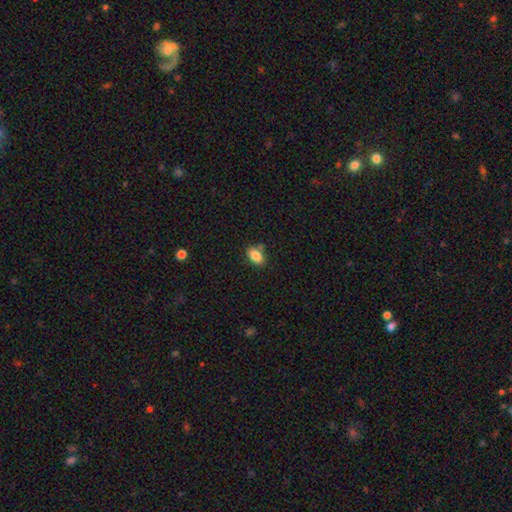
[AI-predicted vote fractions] Q: Smooth or featured?
A: smooth (85%); runner-up: star or artifact (9%)
Q: How rounded?
A: in between (88%); runner-up: round (10%)
Q: Merging?
A: none (75%); runner-up: minor disturbance (14%)